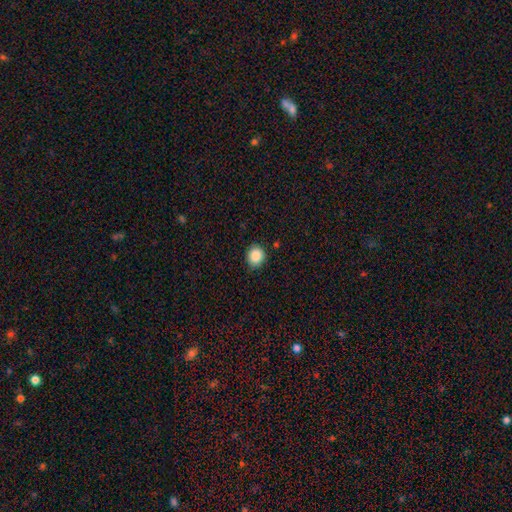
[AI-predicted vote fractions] Smooth or featured? Predicted: smooth (p=0.87). How rounded? Predicted: round (p=0.81). Merging? Predicted: none (p=0.86).